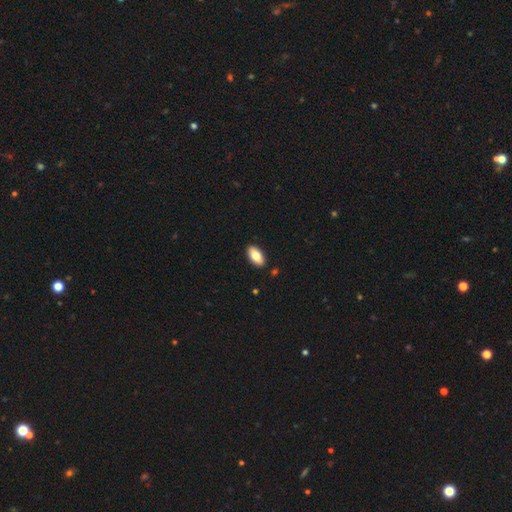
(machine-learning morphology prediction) Smooth or featured? smooth (79%)
How rounded? in between (93%)
Merging? none (90%)